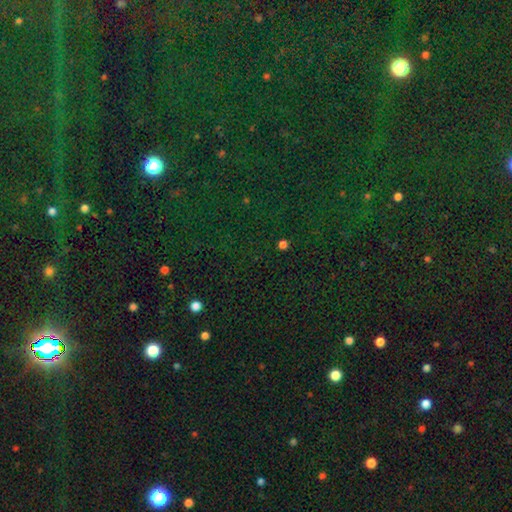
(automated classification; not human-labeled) The model was most divided on "smooth or featured": star or artifact: 81%, smooth: 12%, featured or disk: 7%.